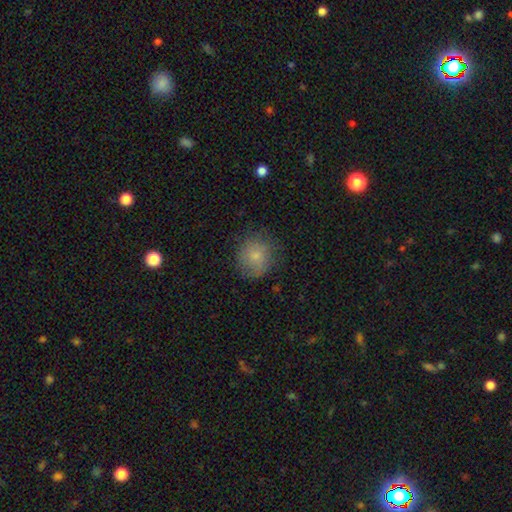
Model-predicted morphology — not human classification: The model was most divided on "merging": none: 74%, minor disturbance: 19%, major disturbance: 6%, merger: 1%. More confident: how rounded — round (85%); smooth or featured — smooth (77%).